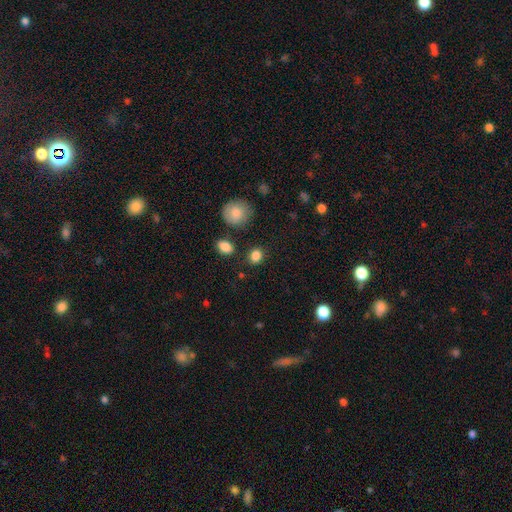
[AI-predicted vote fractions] Overall: smooth (85%). How rounded: round (65%; in between 34%). Merging: none (83%).